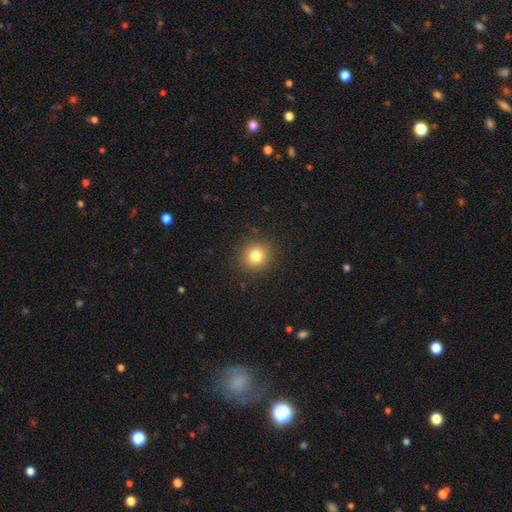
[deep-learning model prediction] The model was most divided on "smooth or featured": smooth: 81%, star or artifact: 12%, featured or disk: 7%. More confident: how rounded — round (92%); merging — none (91%).